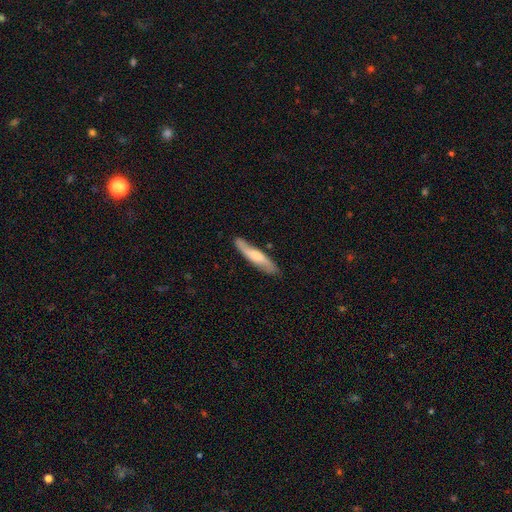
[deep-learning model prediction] Q: Smooth or featured?
A: smooth (53%); runner-up: featured or disk (42%)
Q: How rounded?
A: cigar-shaped (83%); runner-up: in between (16%)
Q: Merging?
A: none (81%); runner-up: minor disturbance (14%)